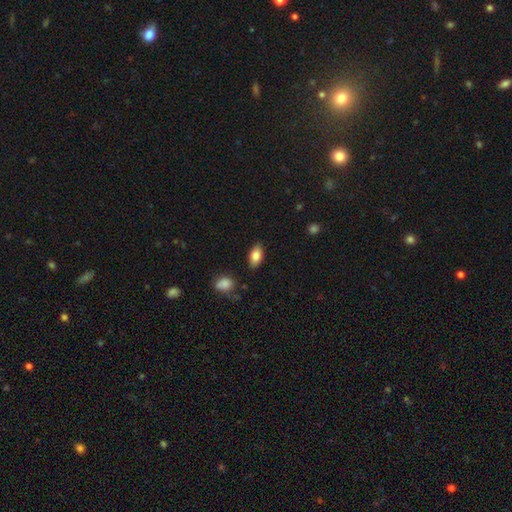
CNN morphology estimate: This appears to be a smooth galaxy with no disk features (84%) that is in between round and cigar-shaped (91%). Merging: none (85%).